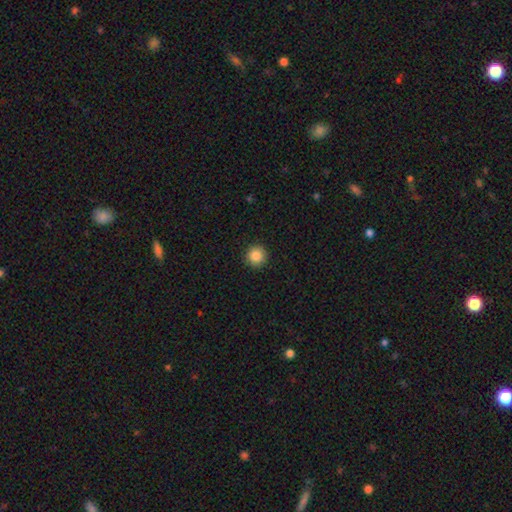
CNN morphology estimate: Smooth or featured?
  - smooth: 86% *
  - star or artifact: 10%
  - featured or disk: 4%
How rounded?
  - round: 95% *
  - in between: 4%
  - cigar-shaped: 1%
Merging?
  - none: 93% *
  - minor disturbance: 5%
  - major disturbance: 2%
  - merger: 1%